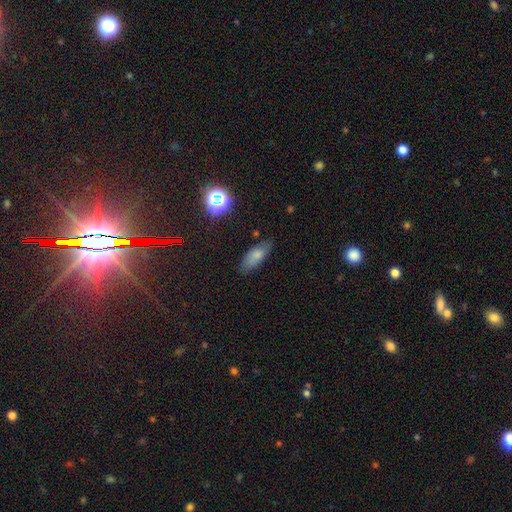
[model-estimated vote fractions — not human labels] This appears to be a smooth galaxy with no disk features (76%) that is in between round and cigar-shaped (75%). Merging: none (78%).